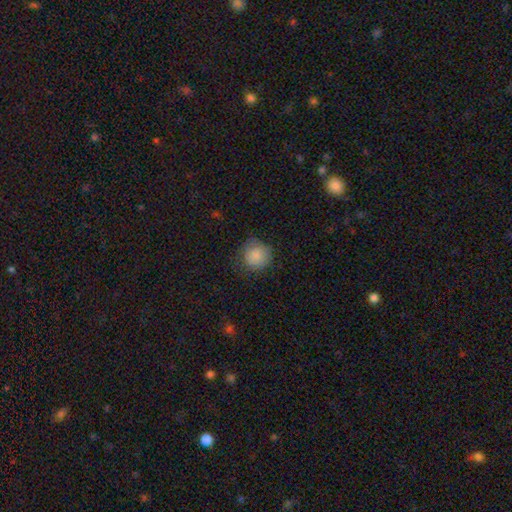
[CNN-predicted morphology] type=smooth (85%); roundness=round (91%); merging=none (72%).